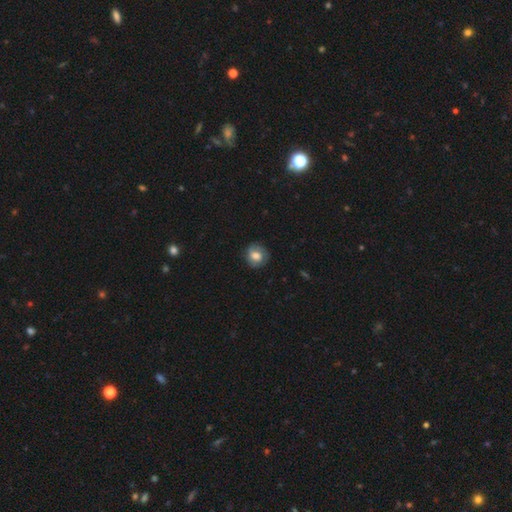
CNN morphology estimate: Overall: smooth (69%). How rounded: round (81%). Merging: none (79%).